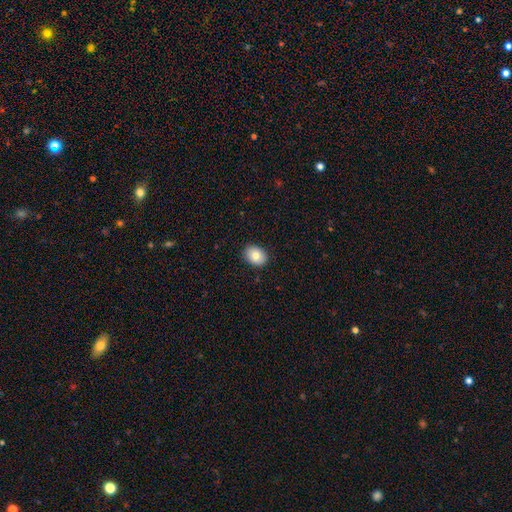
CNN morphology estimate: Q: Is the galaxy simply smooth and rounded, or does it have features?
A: smooth — 81%.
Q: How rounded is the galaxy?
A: in between — 65%.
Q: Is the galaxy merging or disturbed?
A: none — 90%.